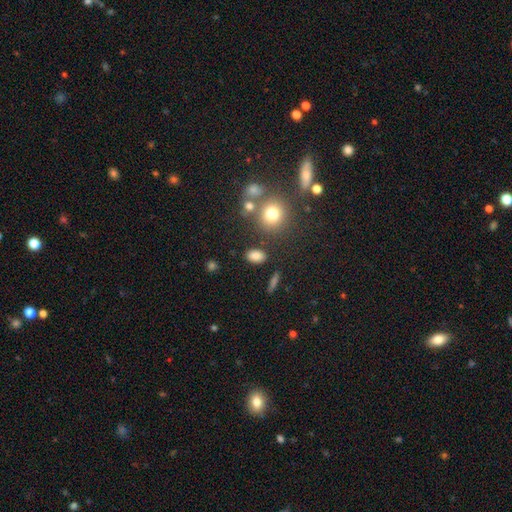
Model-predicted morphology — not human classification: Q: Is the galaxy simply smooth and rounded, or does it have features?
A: smooth — 81%.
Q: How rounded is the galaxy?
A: in between — 81%.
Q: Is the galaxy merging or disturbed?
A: none — 82%.